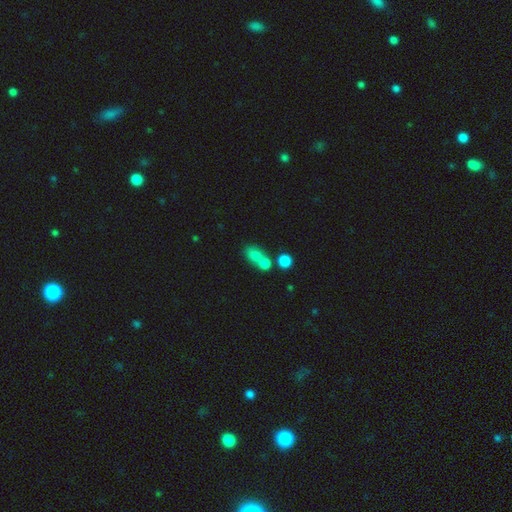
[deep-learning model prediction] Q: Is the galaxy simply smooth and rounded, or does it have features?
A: smooth — 74%.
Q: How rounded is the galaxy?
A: in between — 58%.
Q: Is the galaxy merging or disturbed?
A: merger — 52%.